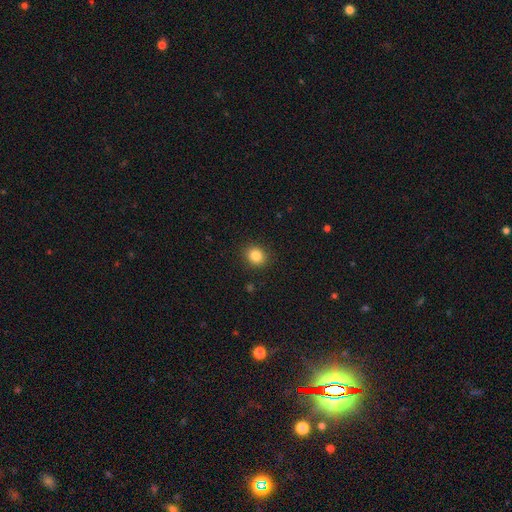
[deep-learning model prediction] Smooth or featured? Predicted: smooth (p=0.84). How rounded? Predicted: round (p=0.75). Merging? Predicted: none (p=0.90).